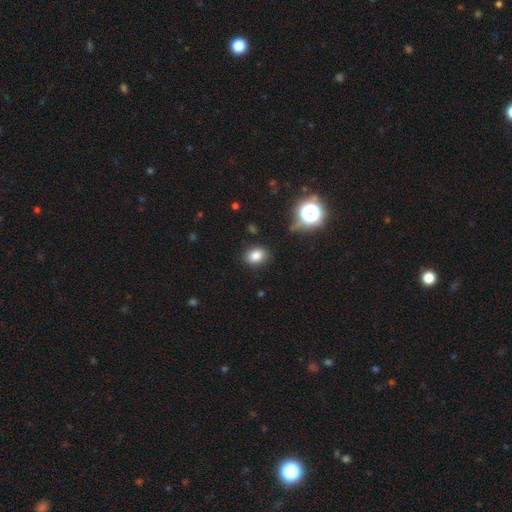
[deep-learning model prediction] smooth 82%, star or artifact 13%, featured or disk 6%. Down the decision tree: how rounded — in between (70%); merging — none (86%).